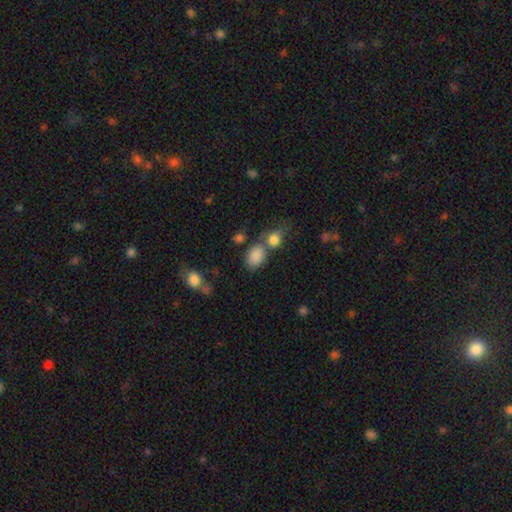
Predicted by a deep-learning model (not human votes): smooth_or_featured: smooth (p=0.85) [alt: star or artifact p=0.09]
how_rounded: in between (p=0.79) [alt: round p=0.20]
merging: none (p=0.48) [alt: merger p=0.31]